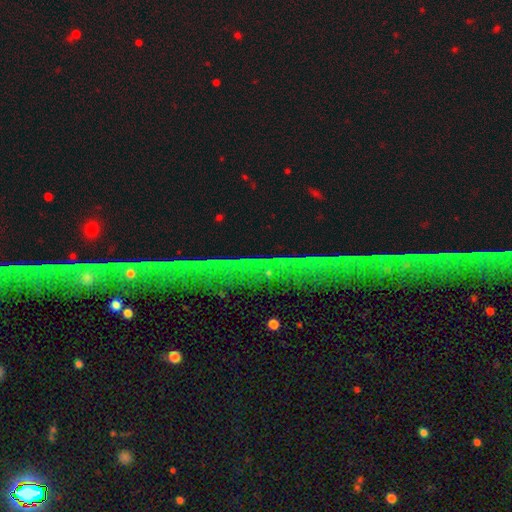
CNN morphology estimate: type=star or artifact (75%).